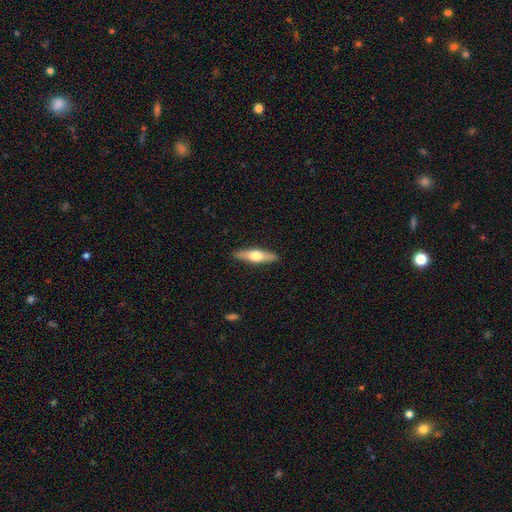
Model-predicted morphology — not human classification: smooth-or-featured: featured or disk: 50% | smooth: 45% | star or artifact: 5%
  disk-edge-on: yes: 92% | no: 8%
  merging: none: 90% | minor disturbance: 7% | major disturbance: 2% | merger: 1%